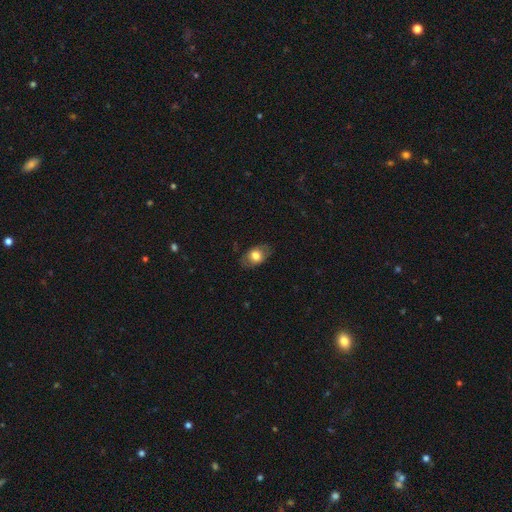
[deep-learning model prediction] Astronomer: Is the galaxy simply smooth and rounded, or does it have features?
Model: smooth — 72%.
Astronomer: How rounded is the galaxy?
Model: in between — 79%.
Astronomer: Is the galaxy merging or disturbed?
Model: none — 78%.